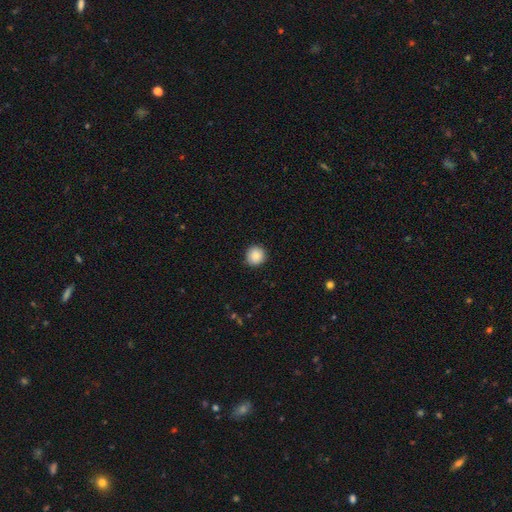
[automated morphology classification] Smooth or featured? smooth (87%)
How rounded? round (94%)
Merging? none (91%)